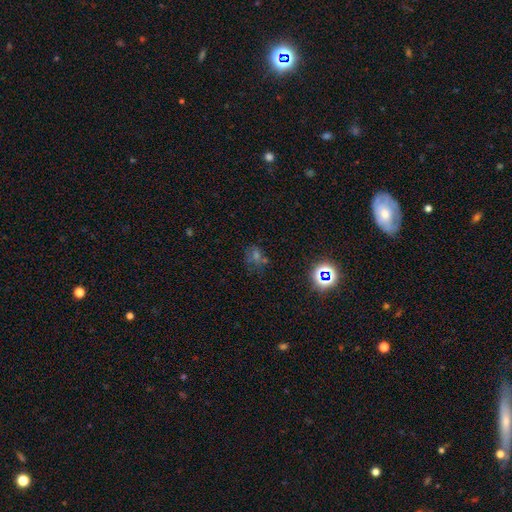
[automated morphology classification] Smooth or featured: star or artifact — 49% (smooth — 35%)